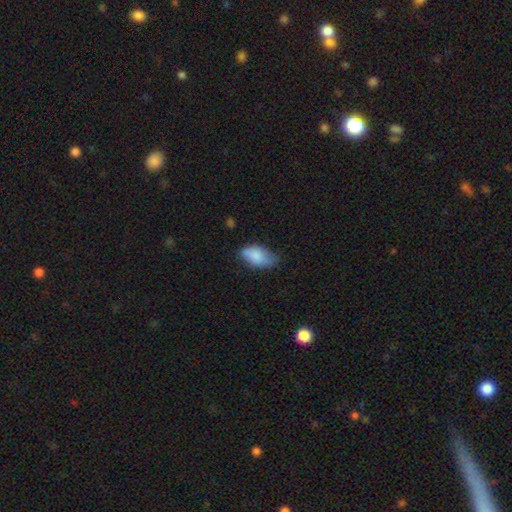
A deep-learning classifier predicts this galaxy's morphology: smooth 81%, featured or disk 12%, star or artifact 7%. Down the decision tree: how rounded — in between (92%); merging — none (56%).